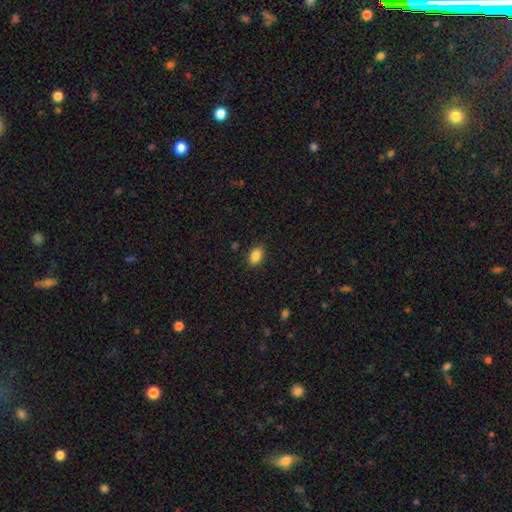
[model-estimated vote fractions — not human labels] Smooth or featured: smooth — 87% (star or artifact — 9%)
How rounded: in between — 84% (round — 14%)
Merging: none — 87% (minor disturbance — 9%)